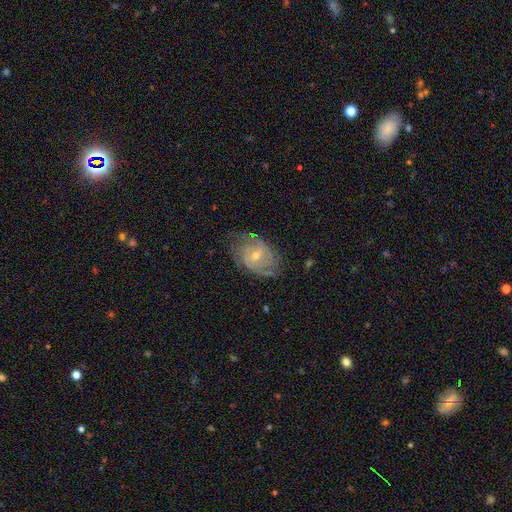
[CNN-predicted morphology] Smooth or featured? Predicted: featured or disk (p=0.83). Edge-on disk? Predicted: no (p=0.97). Bar? Predicted: no (p=0.50). Spiral arms? Predicted: yes (p=0.94). Spiral winding? Predicted: tight (p=0.53). Spiral arm count? Predicted: 2 (p=0.47). Bulge size? Predicted: small (p=0.50). Merging? Predicted: none (p=0.70).